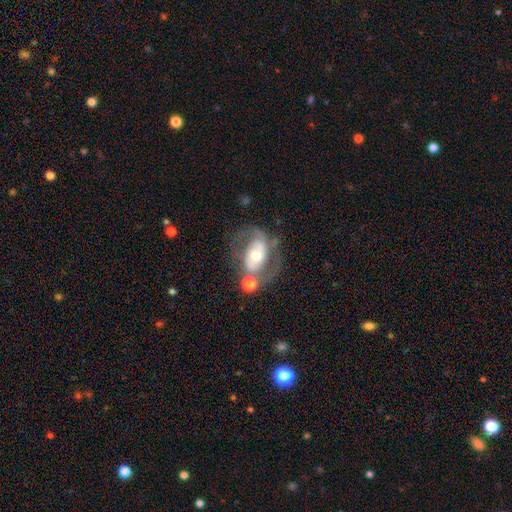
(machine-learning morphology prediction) smooth_or_featured: featured or disk (p=0.71) [alt: smooth p=0.22]
disk_edge_on: no (p=0.95) [alt: yes p=0.05]
bar: no (p=0.48) [alt: weak p=0.30]
has_spiral_arms: yes (p=0.70) [alt: no p=0.30]
bulge_size: moderate (p=0.65) [alt: small p=0.21]
merging: none (p=0.50) [alt: minor disturbance p=0.18]